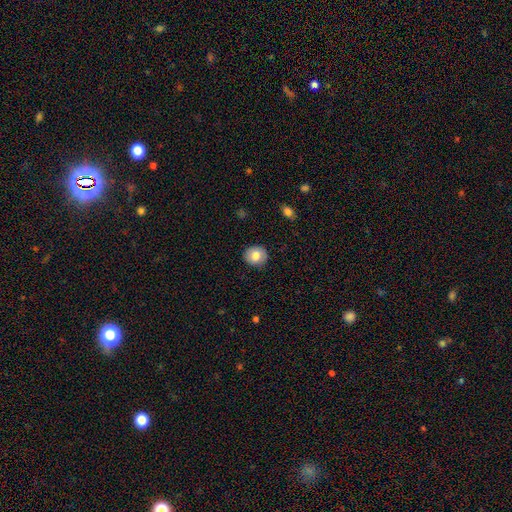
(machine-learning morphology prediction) Overall: smooth (79%). How rounded: round (80%). Merging: none (88%).